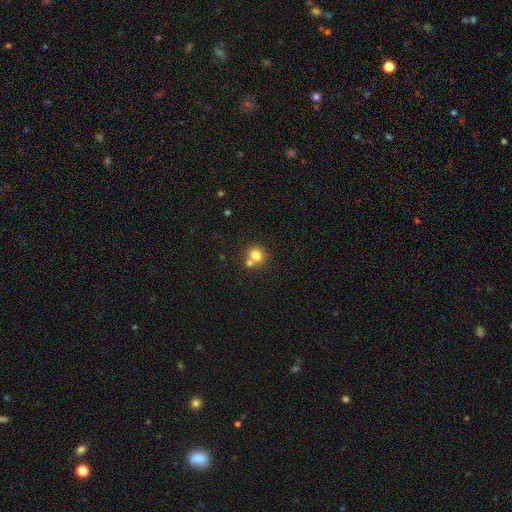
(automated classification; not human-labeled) Smooth or featured?
  - smooth: 78% *
  - star or artifact: 11%
  - featured or disk: 11%
How rounded?
  - round: 73% *
  - in between: 26%
  - cigar-shaped: 1%
Merging?
  - none: 50% *
  - merger: 38%
  - minor disturbance: 9%
  - major disturbance: 3%